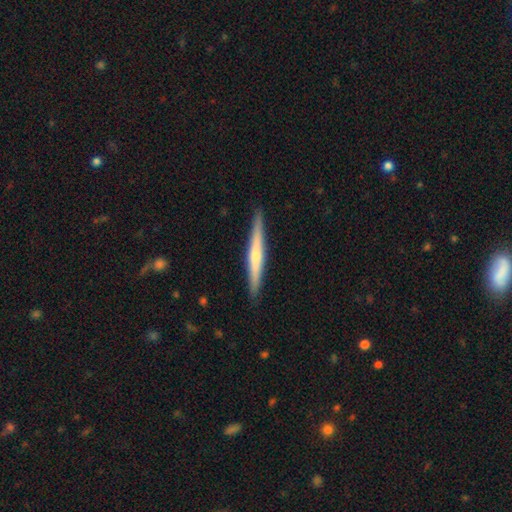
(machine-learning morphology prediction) This is possibly a featured or disk galaxy (56%). It is clearly viewed edge-on (97%). Edge-on bulge: possibly rounded (56%). Merging: clearly none (91%).